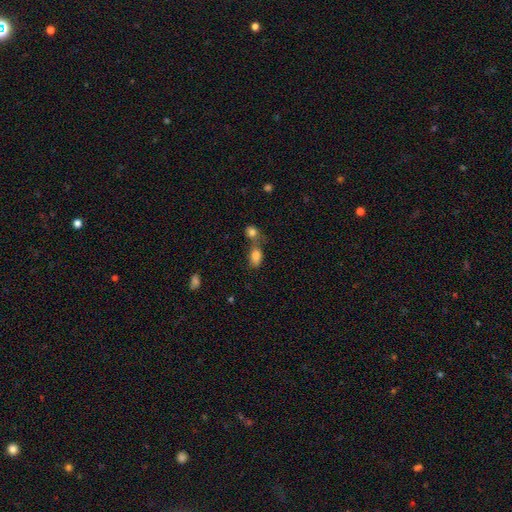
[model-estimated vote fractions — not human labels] Q: Smooth or featured?
A: smooth (83%); runner-up: star or artifact (10%)
Q: How rounded?
A: in between (86%); runner-up: round (12%)
Q: Merging?
A: none (42%); tied with: merger (42%)